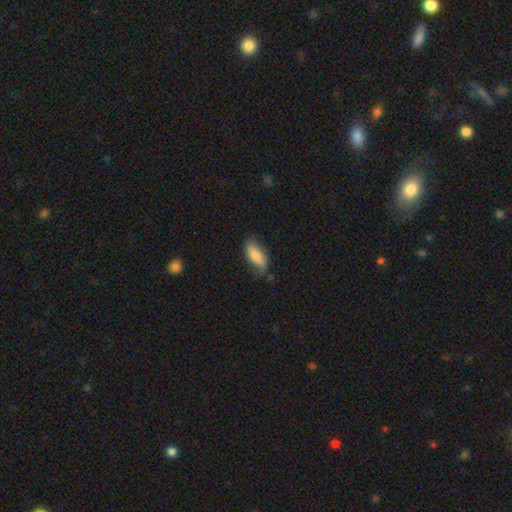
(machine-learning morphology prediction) The model was most divided on "merging": none: 59%, minor disturbance: 31%, major disturbance: 8%, merger: 2%. More confident: how rounded — in between (80%); smooth or featured — smooth (72%).